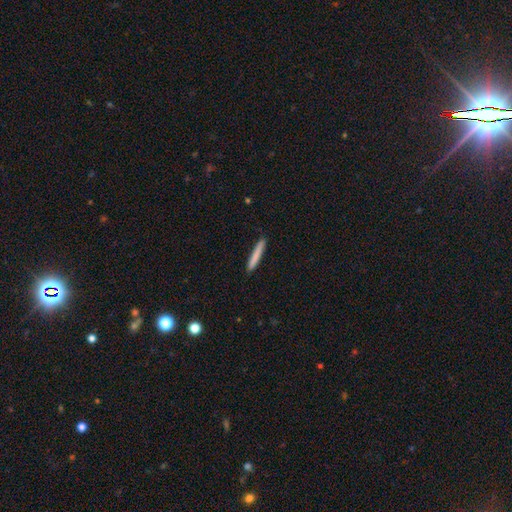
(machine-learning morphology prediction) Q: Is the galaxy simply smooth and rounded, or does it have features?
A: smooth — 79%.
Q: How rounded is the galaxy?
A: cigar-shaped — 96%.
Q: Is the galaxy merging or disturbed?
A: none — 91%.